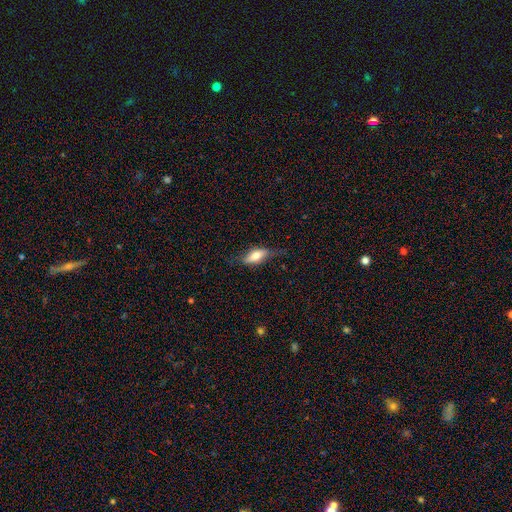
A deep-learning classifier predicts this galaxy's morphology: A smooth galaxy with no disk features (61%) that is in between round and cigar-shaped (74%).

Vote fractions:
- Smooth or featured? smooth: 61% / featured or disk: 32% / star or artifact: 7%
- How rounded? in between: 74% / cigar-shaped: 22% / round: 4%
- Merging? none: 56% / minor disturbance: 29% / major disturbance: 12% / merger: 2%